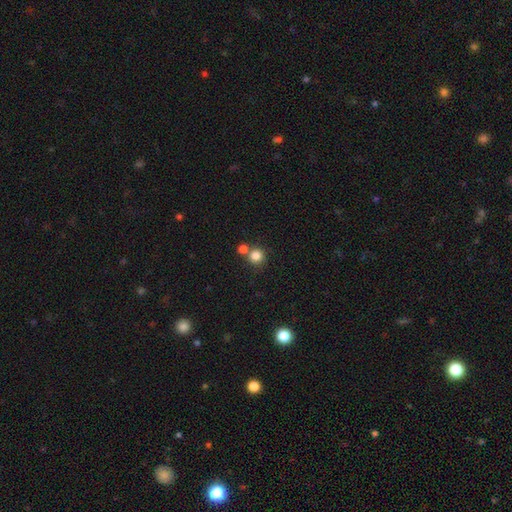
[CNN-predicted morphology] A smooth galaxy with no disk features (83%) that is round (92%). Merging: none (61%).